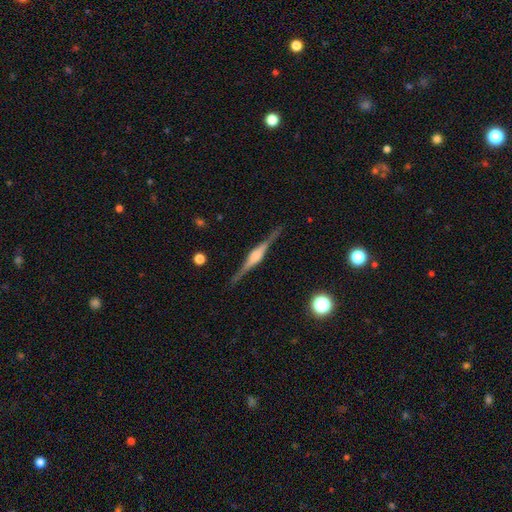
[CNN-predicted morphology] A featured or disk galaxy (86%) viewed edge-on (98%) with a rounded central bulge (72%). Merging: none (89%).